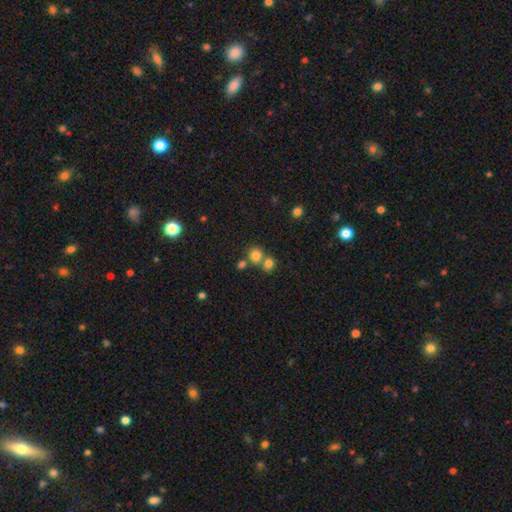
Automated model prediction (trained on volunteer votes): This is likely a smooth galaxy (78%). How rounded: clearly round (85%). Merging: possibly none (54%).